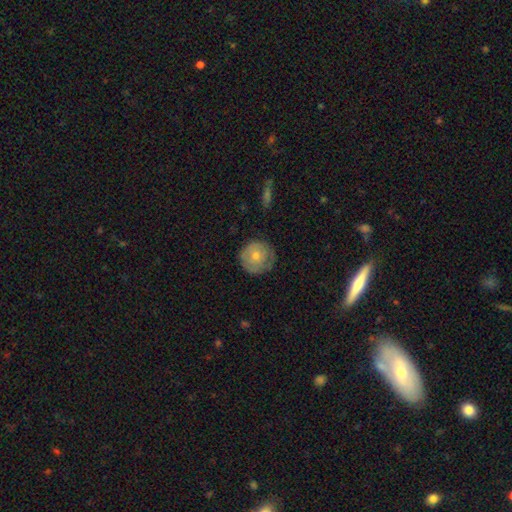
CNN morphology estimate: Smooth or featured? Predicted: smooth (p=0.66). How rounded? Predicted: round (p=0.93). Merging? Predicted: none (p=0.76).